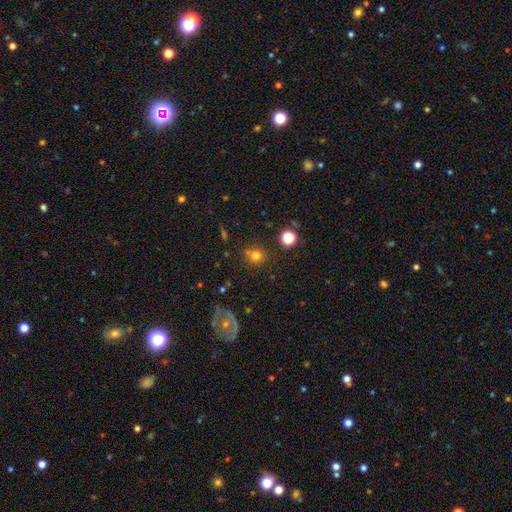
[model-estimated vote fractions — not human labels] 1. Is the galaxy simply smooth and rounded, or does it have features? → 75% smooth, 17% star or artifact, 8% featured or disk.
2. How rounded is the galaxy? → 88% round, 11% in between, 1% cigar-shaped.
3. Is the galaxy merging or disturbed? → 77% none, 11% minor disturbance, 8% merger, 4% major disturbance.